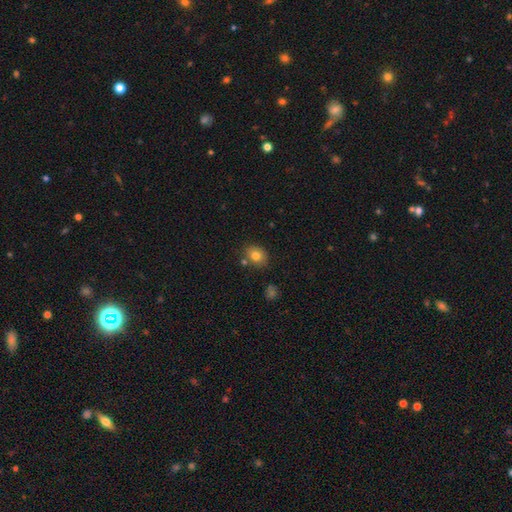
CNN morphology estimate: This appears to be a smooth galaxy with no disk features (79%) that is round (53%). Merging: none (76%).